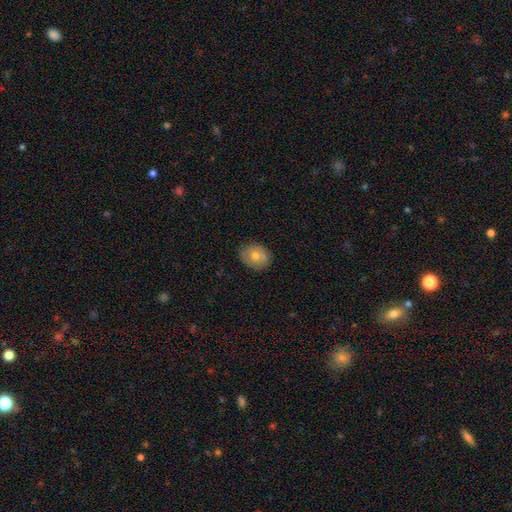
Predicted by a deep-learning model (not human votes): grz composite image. It shows a smooth galaxy with no disk features (68%) that is in between round and cigar-shaped (52%). Merging: none (84%).